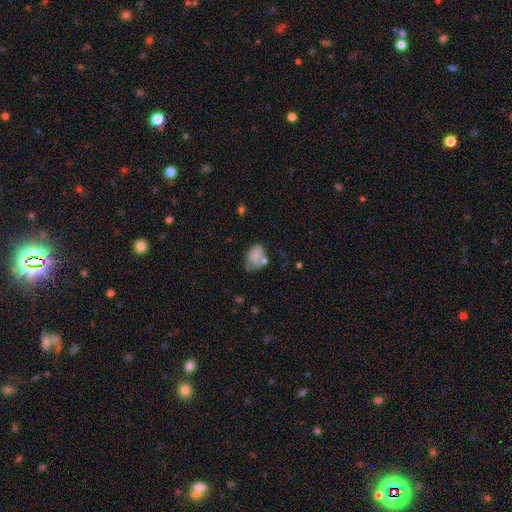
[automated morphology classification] A smooth galaxy with no disk features (75%) that is in between round and cigar-shaped (79%). Merging: none (41%).